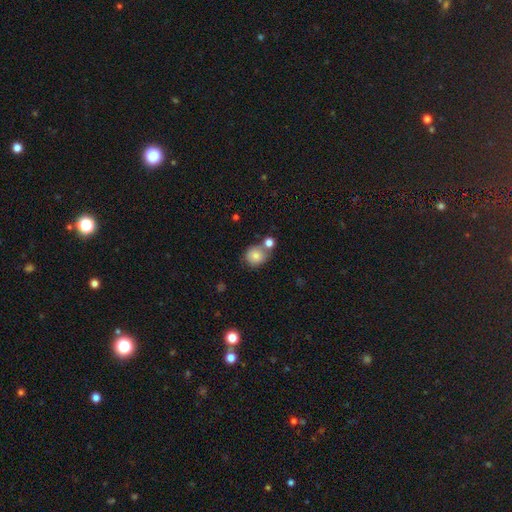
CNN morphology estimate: Overall: smooth (79%). How rounded: round (80%). Merging: none (53%; merger 30%).